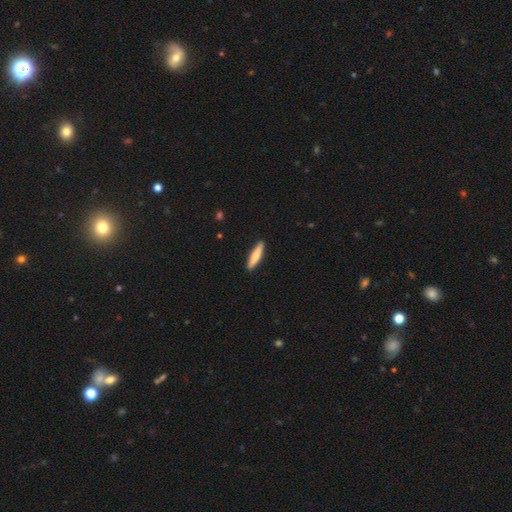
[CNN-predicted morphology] Smooth or featured? Predicted: smooth (p=0.71). How rounded? Predicted: cigar-shaped (p=0.87). Merging? Predicted: none (p=0.91).